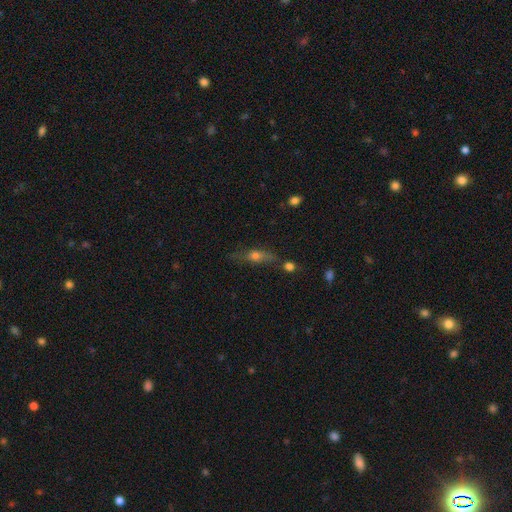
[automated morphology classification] Smooth or featured?
  - featured or disk: 43% *
  - smooth: 42%
  - star or artifact: 15%
Merging?
  - none: 63% *
  - minor disturbance: 18%
  - merger: 10%
  - major disturbance: 9%